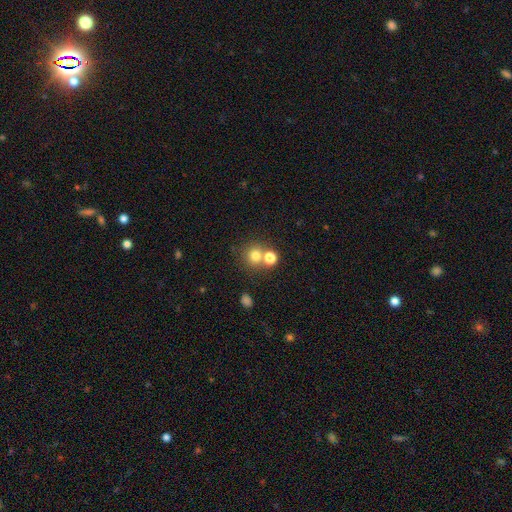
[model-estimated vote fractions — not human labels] Q: Smooth or featured?
A: smooth (75%); runner-up: star or artifact (15%)
Q: How rounded?
A: round (88%); runner-up: in between (11%)
Q: Merging?
A: none (58%); runner-up: merger (32%)